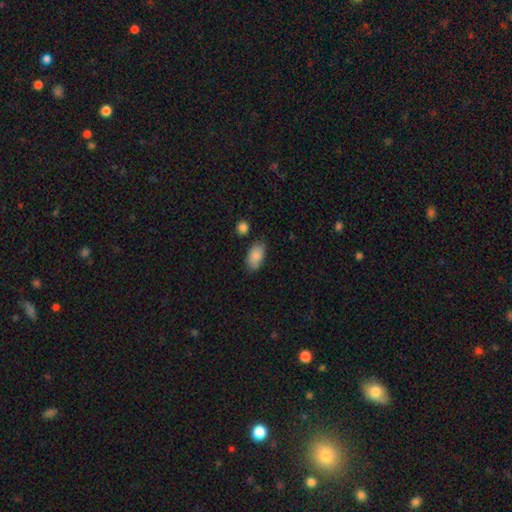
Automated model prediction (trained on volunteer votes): This is clearly a smooth galaxy (85%). How rounded: clearly in between (92%). Merging: likely none (76%).